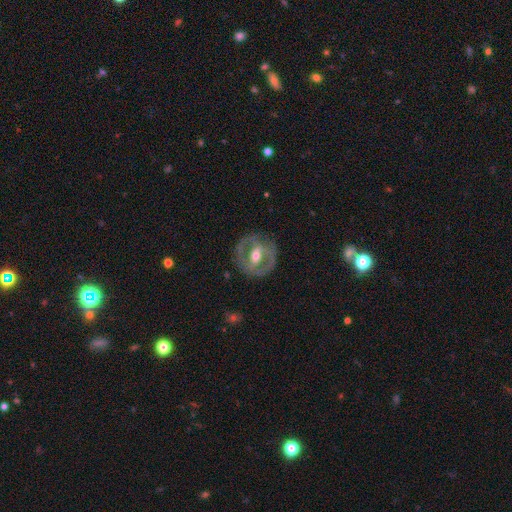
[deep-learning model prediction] This appears to be a featured or disk galaxy (76%) with a strong bar (42%), spiral arms (53%) and a moderate central bulge (70%). Merging: none (79%).